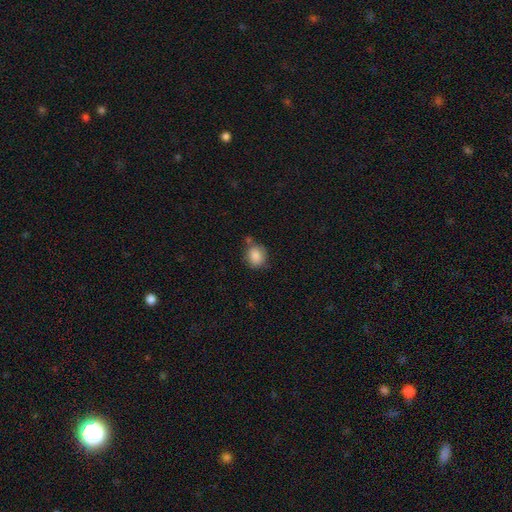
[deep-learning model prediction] Smooth or featured? smooth (87%)
How rounded? round (71%)
Merging? none (69%)